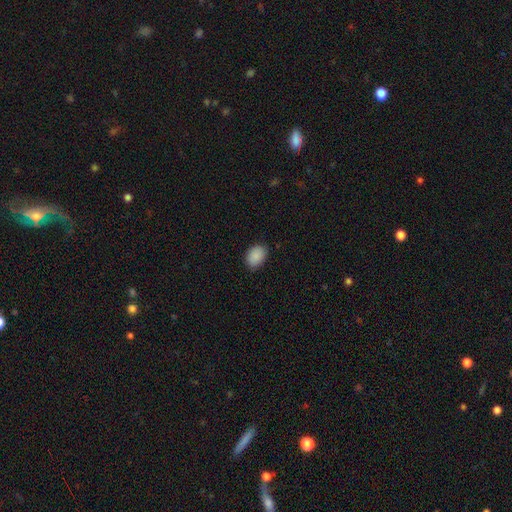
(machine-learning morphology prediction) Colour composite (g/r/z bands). It shows a smooth galaxy with no disk features (90%) that is in between round and cigar-shaped (79%). Merging: none (82%).